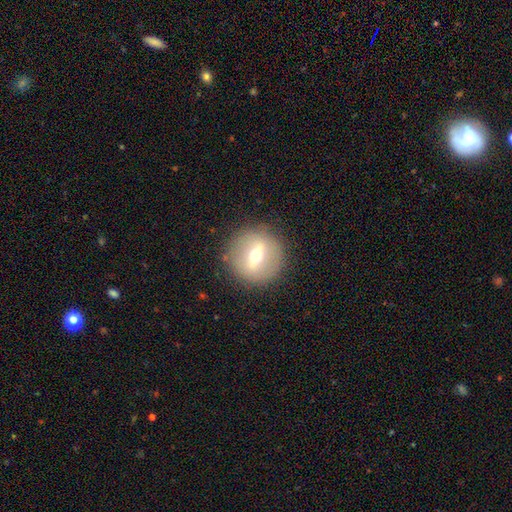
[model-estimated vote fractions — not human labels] Smooth or featured? featured or disk (55%)
Edge-on disk? no (76%)
Merging? none (88%)